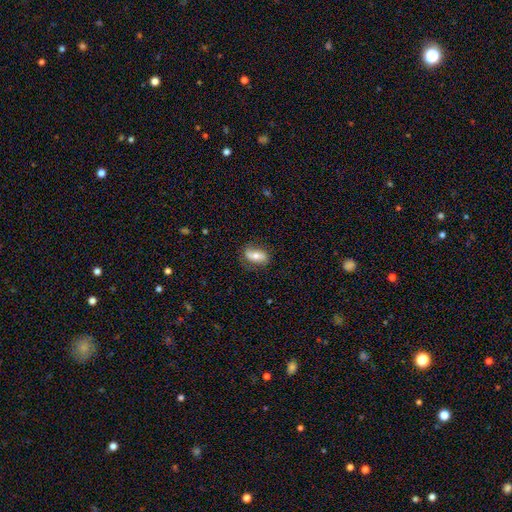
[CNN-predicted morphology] Overall: smooth (57%; featured or disk 35%). How rounded: in between (84%). Merging: none (74%).